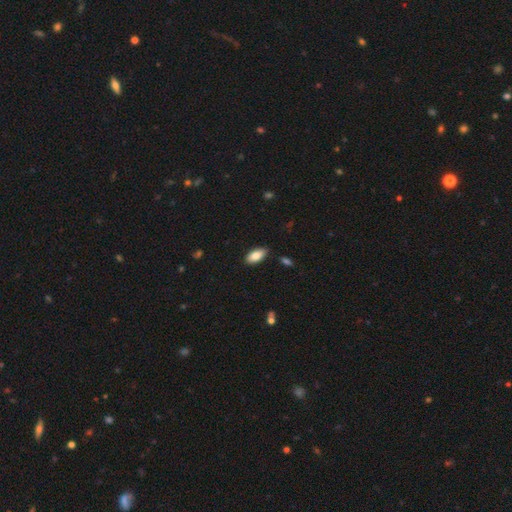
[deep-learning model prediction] Smooth or featured? smooth (83%)
How rounded? in between (91%)
Merging? none (87%)